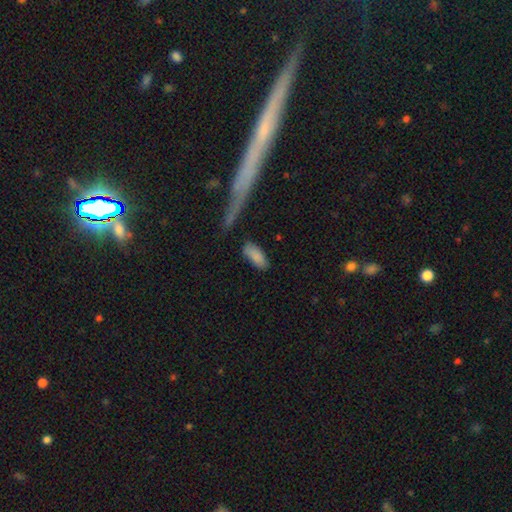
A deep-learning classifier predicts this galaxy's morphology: smooth-or-featured: smooth: 84% | featured or disk: 9% | star or artifact: 7%
  how-rounded: in between: 84% | cigar-shaped: 14% | round: 2%
  merging: none: 69% | minor disturbance: 21% | major disturbance: 6% | merger: 4%